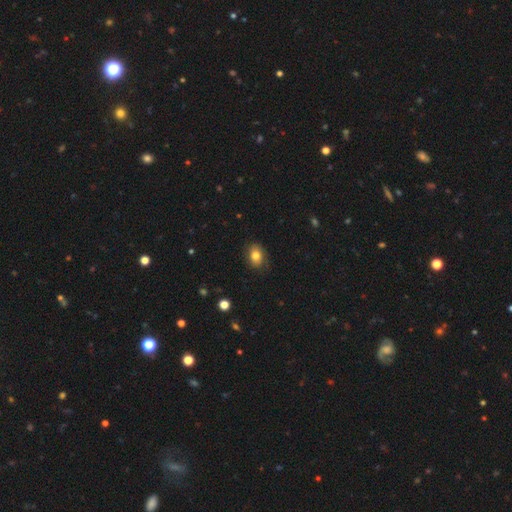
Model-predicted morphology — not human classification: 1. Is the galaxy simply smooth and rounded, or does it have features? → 80% smooth, 10% featured or disk, 9% star or artifact.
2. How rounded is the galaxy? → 65% in between, 34% round, 1% cigar-shaped.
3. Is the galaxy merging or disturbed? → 81% none, 15% minor disturbance, 3% major disturbance, 1% merger.